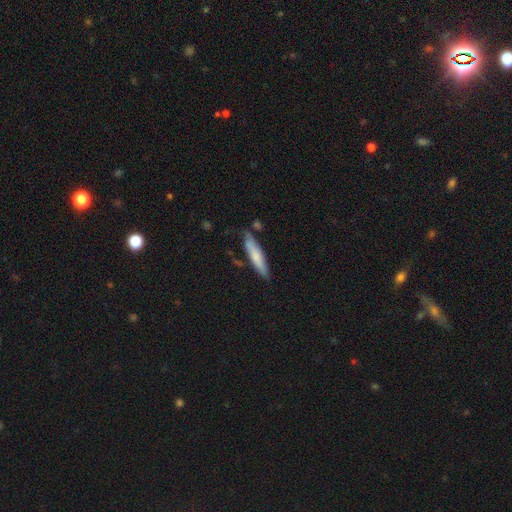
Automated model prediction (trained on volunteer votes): Overall: smooth (69%). How rounded: cigar-shaped (84%). Merging: none (74%).